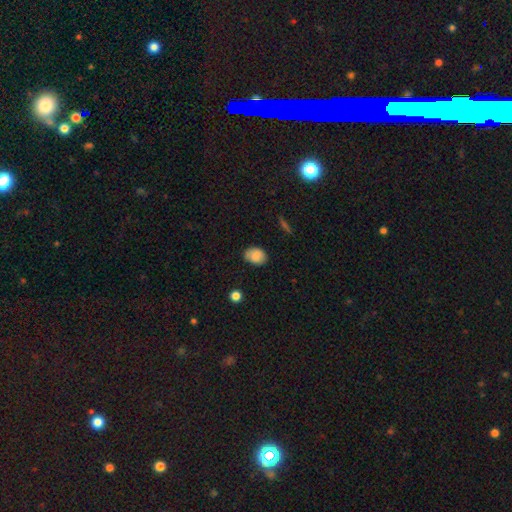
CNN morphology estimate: Smooth or featured? Predicted: smooth (p=0.80). How rounded? Predicted: in between (p=0.71). Merging? Predicted: none (p=0.73).